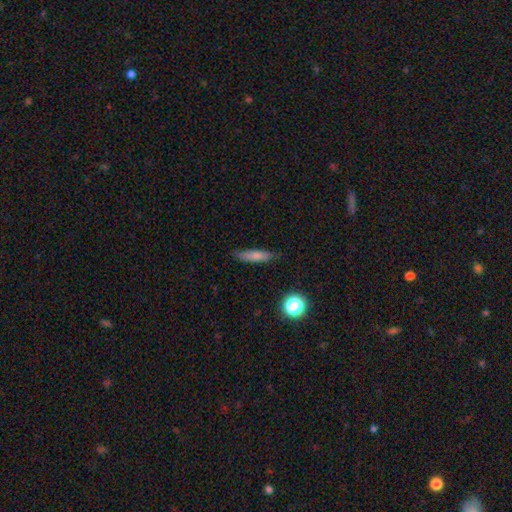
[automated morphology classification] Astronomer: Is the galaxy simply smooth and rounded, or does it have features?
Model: smooth — 73%.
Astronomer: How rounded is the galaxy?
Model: cigar-shaped — 73%.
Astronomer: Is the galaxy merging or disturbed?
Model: none — 81%.